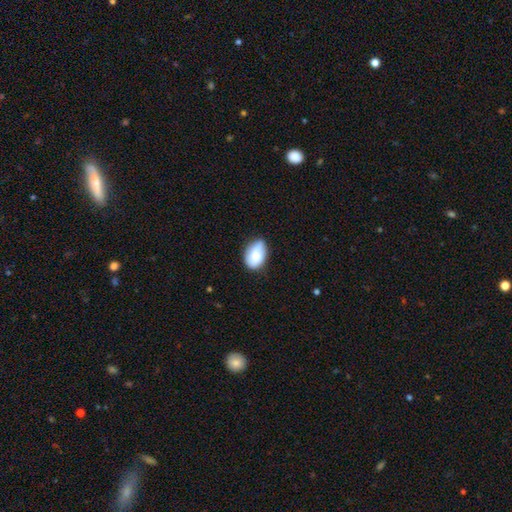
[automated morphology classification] Smooth or featured?
  - smooth: 75% *
  - featured or disk: 18%
  - star or artifact: 7%
How rounded?
  - in between: 86% *
  - round: 12%
  - cigar-shaped: 1%
Merging?
  - none: 62% *
  - minor disturbance: 31%
  - major disturbance: 6%
  - merger: 2%